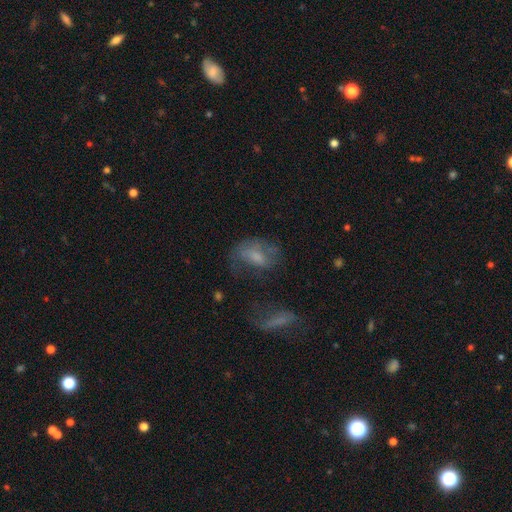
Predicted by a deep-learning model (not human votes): A smooth galaxy with no disk features (48%). Merging: none (38%).